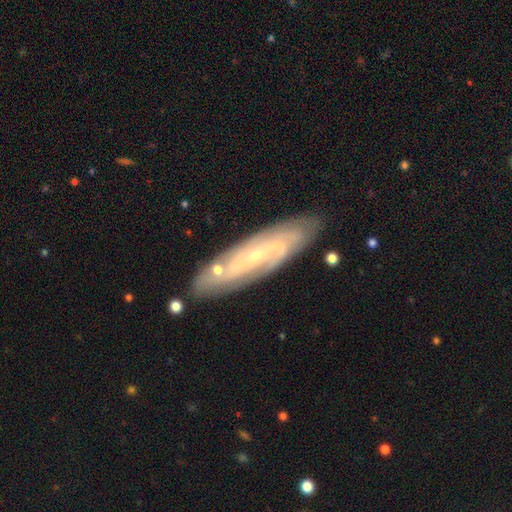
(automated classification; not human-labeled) Smooth or featured?
  - featured or disk: 75% *
  - smooth: 18%
  - star or artifact: 7%
Edge-on disk?
  - no: 75% *
  - yes: 25%
Bar?
  - no: 52% *
  - weak: 35%
  - strong: 12%
Spiral arms?
  - yes: 87% *
  - no: 13%
Bulge size?
  - small: 80% *
  - moderate: 14%
  - none: 4%
  - large: 1%
  - dominant: 1%
Merging?
  - none: 80% *
  - minor disturbance: 13%
  - merger: 4%
  - major disturbance: 3%